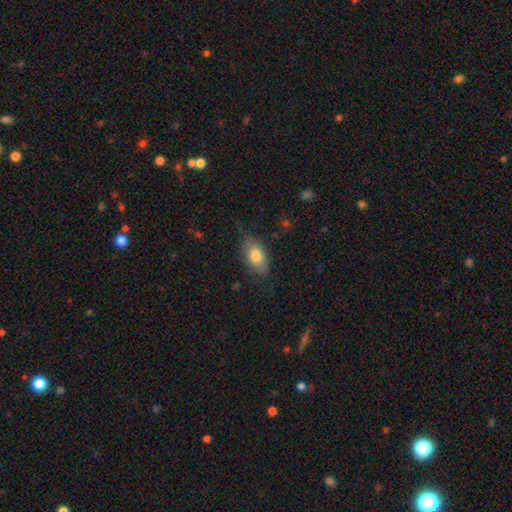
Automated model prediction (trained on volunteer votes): Smooth or featured?
  - smooth: 76% *
  - featured or disk: 17%
  - star or artifact: 7%
How rounded?
  - in between: 91% *
  - round: 5%
  - cigar-shaped: 4%
Merging?
  - none: 72% *
  - minor disturbance: 21%
  - major disturbance: 6%
  - merger: 1%